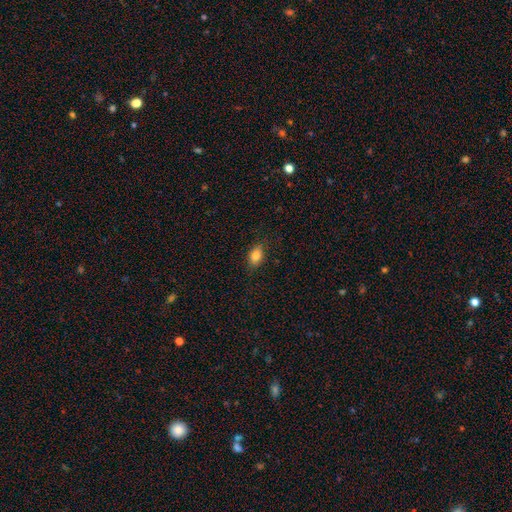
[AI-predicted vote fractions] Overall: smooth (83%). How rounded: in between (84%). Merging: none (84%).